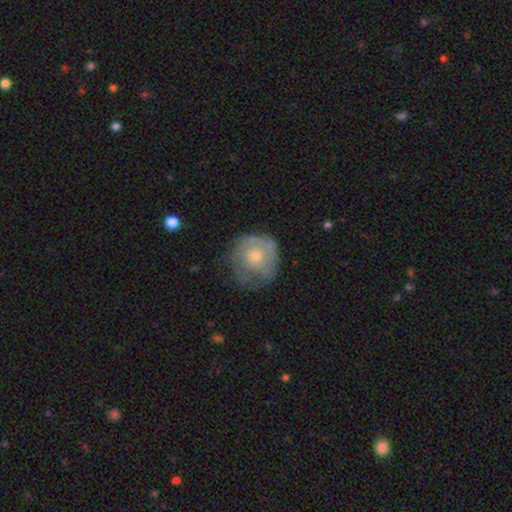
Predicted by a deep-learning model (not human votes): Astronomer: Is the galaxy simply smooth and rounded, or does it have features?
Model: featured or disk — 55% (runner-up: smooth, 38%).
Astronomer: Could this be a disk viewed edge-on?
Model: no — 97%.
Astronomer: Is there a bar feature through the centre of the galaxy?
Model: no — 82%.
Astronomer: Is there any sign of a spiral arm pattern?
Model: yes — 67%.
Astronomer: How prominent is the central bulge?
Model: moderate — 49% (runner-up: small, 44%).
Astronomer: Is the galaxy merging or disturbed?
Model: none — 58%.